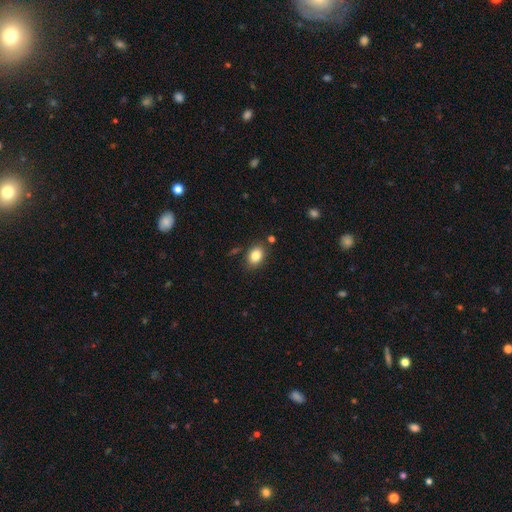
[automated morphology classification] A smooth galaxy with no disk features (84%) that is in between round and cigar-shaped (74%). Merging: none (81%).